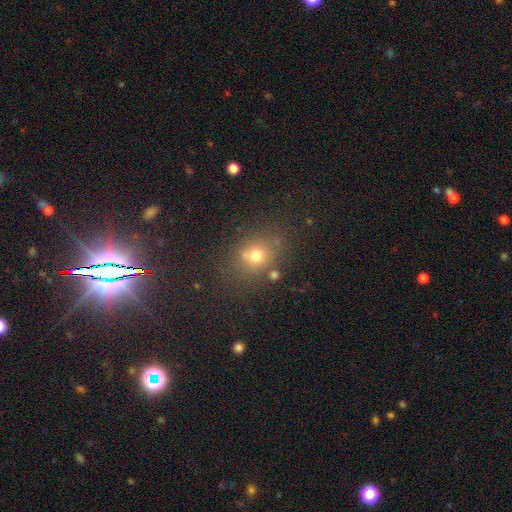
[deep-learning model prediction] Smooth or featured?
  - smooth: 70% *
  - star or artifact: 19%
  - featured or disk: 12%
How rounded?
  - round: 68% *
  - in between: 30%
  - cigar-shaped: 1%
Merging?
  - none: 71% *
  - minor disturbance: 13%
  - merger: 10%
  - major disturbance: 6%